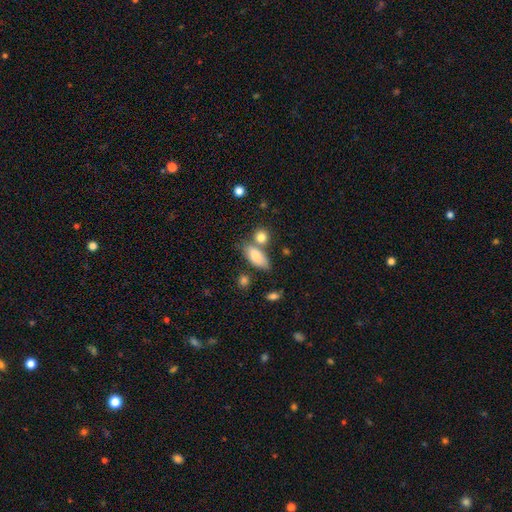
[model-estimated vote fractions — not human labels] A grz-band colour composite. It shows a smooth galaxy with no disk features (78%) that is in between round and cigar-shaped (81%). Merging: none (58%).